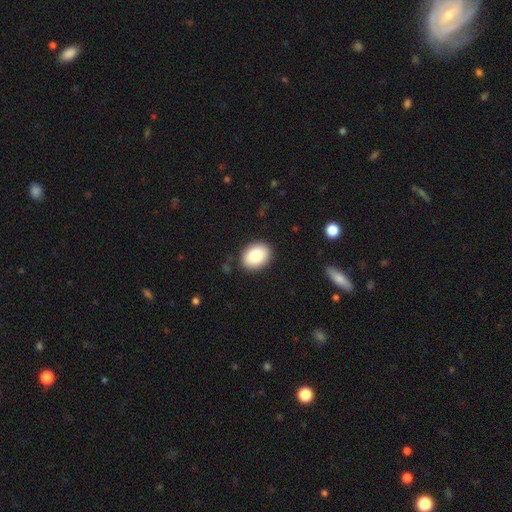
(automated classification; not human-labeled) smooth_or_featured: smooth (p=0.83) [alt: featured or disk p=0.10]
how_rounded: in between (p=0.66) [alt: round p=0.33]
merging: none (p=0.88) [alt: minor disturbance p=0.09]